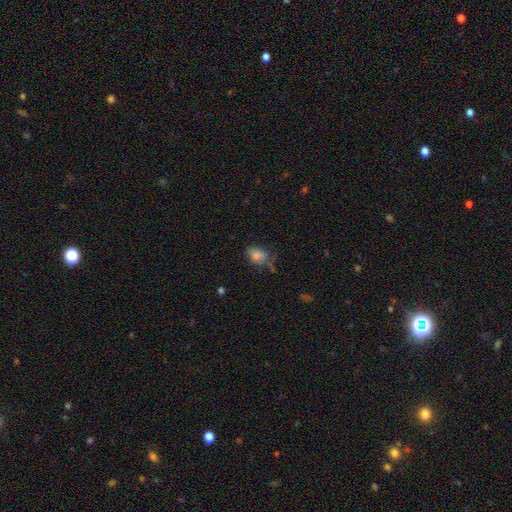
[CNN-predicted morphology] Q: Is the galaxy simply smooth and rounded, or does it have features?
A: smooth — 79%.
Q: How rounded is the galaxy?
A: in between — 76%.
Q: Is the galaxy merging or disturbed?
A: none — 61%.